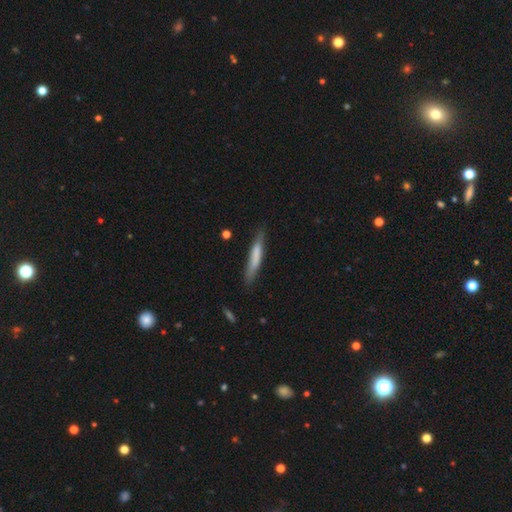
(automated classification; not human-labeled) Overall: smooth (67%). How rounded: cigar-shaped (93%). Merging: none (78%).